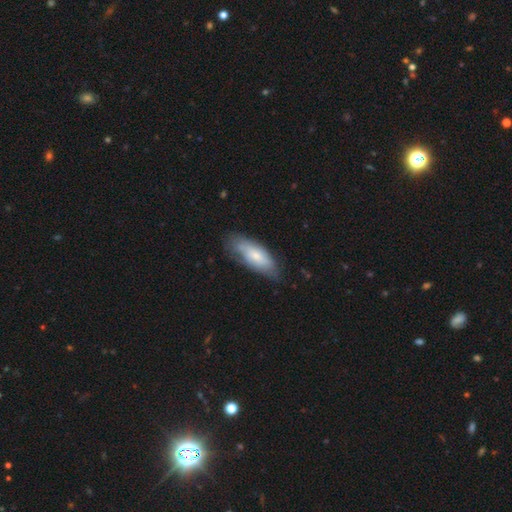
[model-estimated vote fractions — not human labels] Overall: smooth (64%; featured or disk 30%). How rounded: in between (72%). Merging: none (62%; minor disturbance 28%).